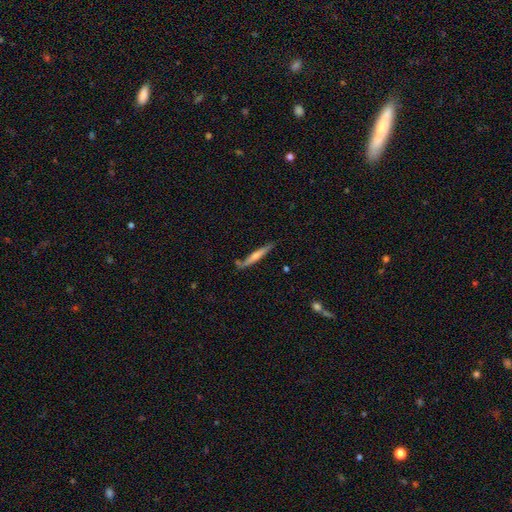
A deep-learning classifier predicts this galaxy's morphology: Smooth or featured?
  - featured or disk: 65% *
  - smooth: 29%
  - star or artifact: 7%
Edge-on disk?
  - yes: 95% *
  - no: 5%
Edge-on bulge?
  - rounded: 68% *
  - none: 22%
  - boxy: 9%
Merging?
  - none: 78% *
  - minor disturbance: 15%
  - merger: 4%
  - major disturbance: 3%